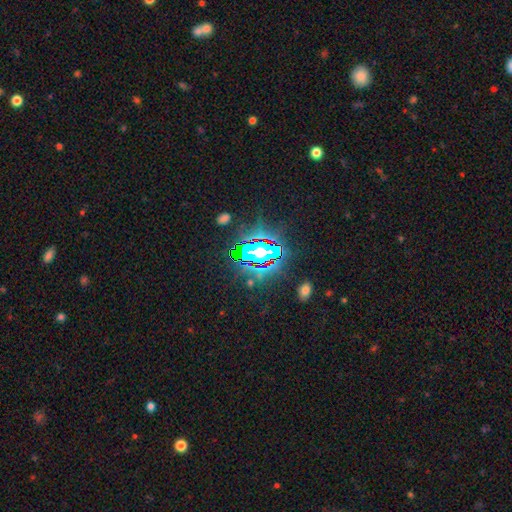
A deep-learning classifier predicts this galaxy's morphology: Smooth or featured: star or artifact — 73% (featured or disk — 14%)